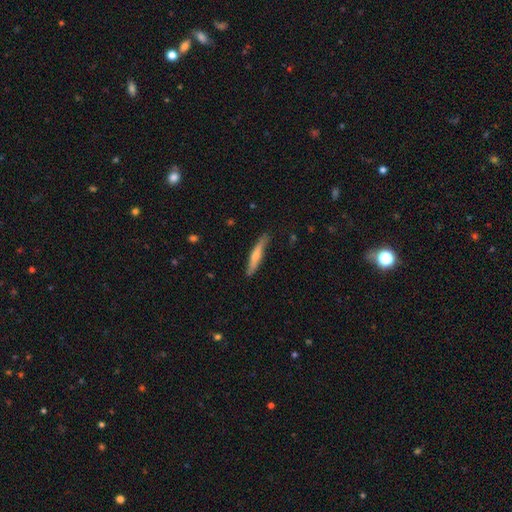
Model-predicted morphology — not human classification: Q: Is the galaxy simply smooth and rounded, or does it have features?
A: smooth — 50%.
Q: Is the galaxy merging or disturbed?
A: none — 82%.